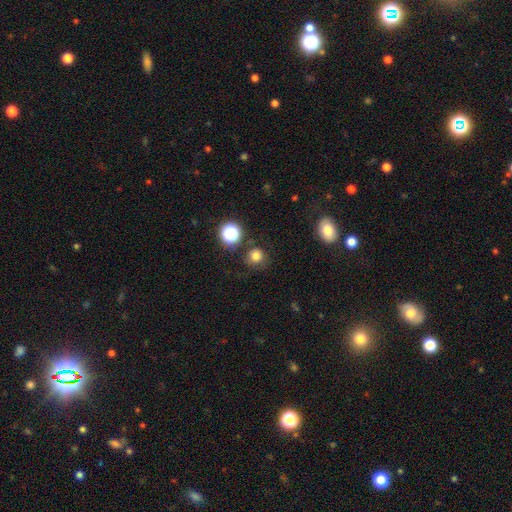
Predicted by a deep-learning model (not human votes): Smooth or featured? Predicted: smooth (p=0.76). How rounded? Predicted: round (p=0.91). Merging? Predicted: none (p=0.80).